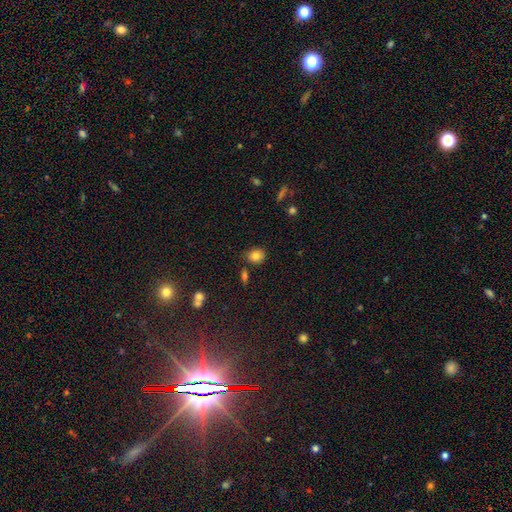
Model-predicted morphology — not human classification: A smooth galaxy with no disk features (82%) that is round (68%).

Vote fractions:
- Smooth or featured? smooth: 82% / star or artifact: 11% / featured or disk: 8%
- How rounded? round: 68% / in between: 31% / cigar-shaped: 1%
- Merging? none: 77% / minor disturbance: 14% / merger: 6% / major disturbance: 3%